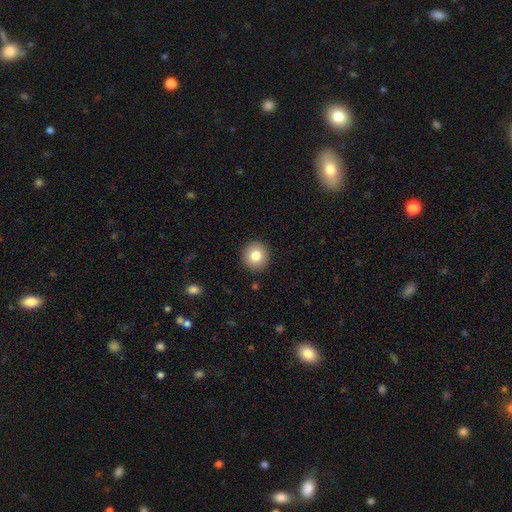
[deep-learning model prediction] smooth_or_featured: smooth (p=0.80) [alt: featured or disk p=0.10]
how_rounded: round (p=0.92) [alt: in between p=0.07]
merging: none (p=0.91) [alt: minor disturbance p=0.06]